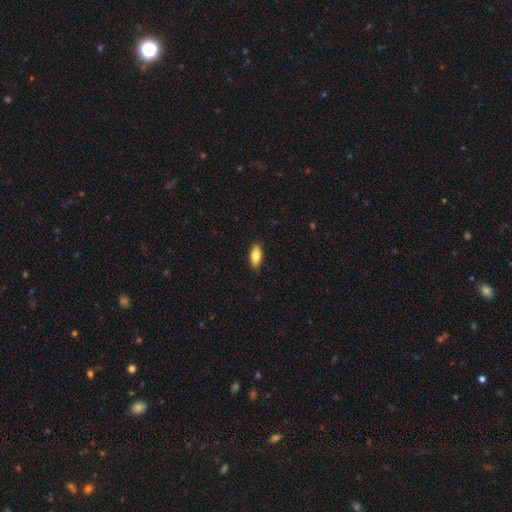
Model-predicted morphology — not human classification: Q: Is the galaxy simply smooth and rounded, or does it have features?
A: smooth — 83%.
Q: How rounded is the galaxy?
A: in between — 79%.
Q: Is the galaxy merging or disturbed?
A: none — 87%.